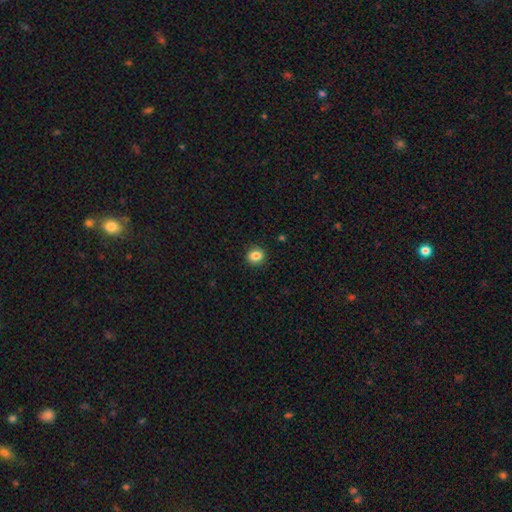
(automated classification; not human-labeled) Smooth or featured? Predicted: smooth (p=0.84). How rounded? Predicted: round (p=0.74). Merging? Predicted: none (p=0.90).